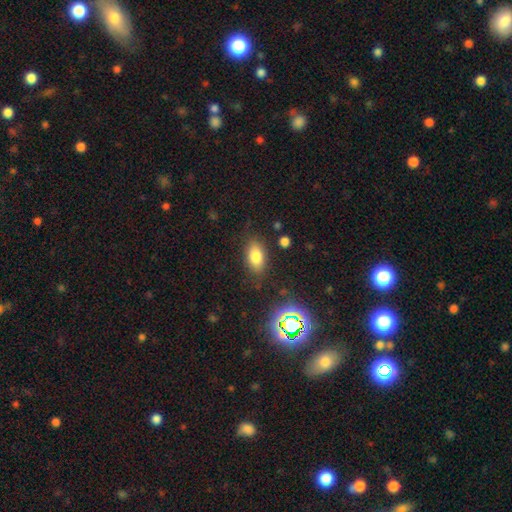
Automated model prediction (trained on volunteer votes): smooth_or_featured: smooth (p=0.79) [alt: star or artifact p=0.11]
how_rounded: in between (p=0.87) [alt: round p=0.08]
merging: none (p=0.81) [alt: minor disturbance p=0.13]